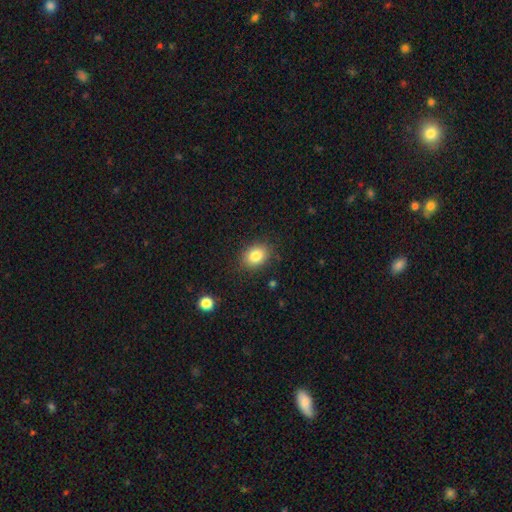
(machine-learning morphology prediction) Smooth or featured?
  - smooth: 83% *
  - star or artifact: 9%
  - featured or disk: 7%
How rounded?
  - in between: 66% *
  - round: 33%
  - cigar-shaped: 1%
Merging?
  - none: 85% *
  - minor disturbance: 11%
  - major disturbance: 3%
  - merger: 1%